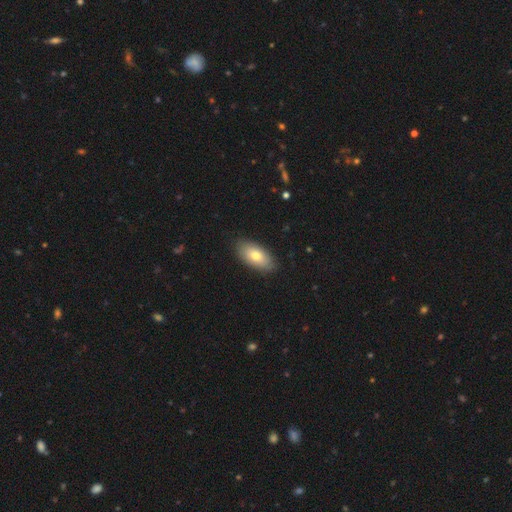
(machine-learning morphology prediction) smooth_or_featured: smooth (p=0.74) [alt: featured or disk p=0.20]
how_rounded: in between (p=0.93) [alt: cigar-shaped p=0.04]
merging: none (p=0.86) [alt: minor disturbance p=0.11]